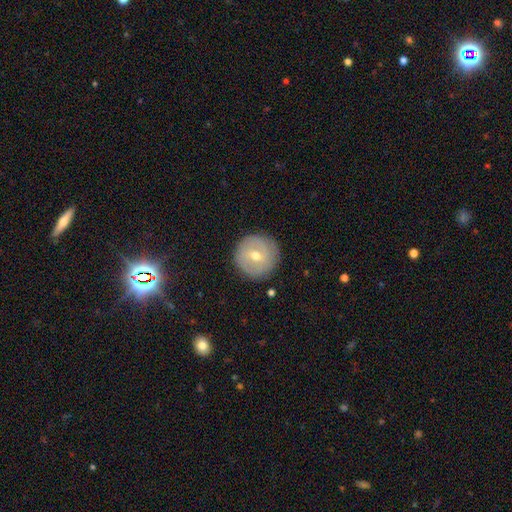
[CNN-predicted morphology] Smooth or featured: featured or disk — 51% (smooth — 41%)
Edge-on disk: no — 95% (yes — 5%)
Merging: none — 88% (minor disturbance — 8%)